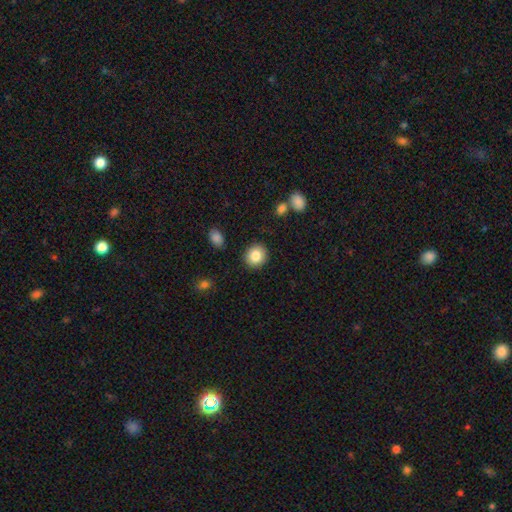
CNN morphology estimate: type=smooth (85%); roundness=round (81%); merging=none (89%).